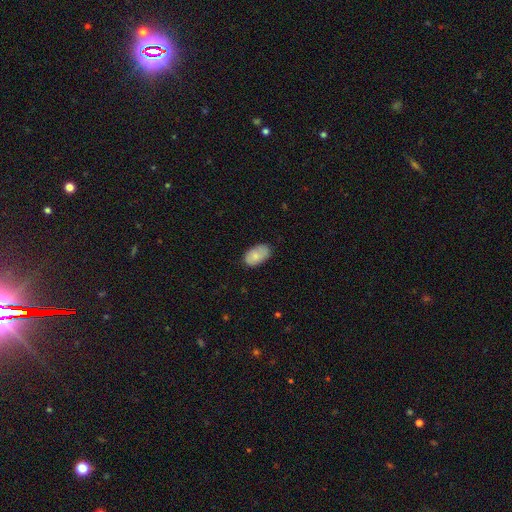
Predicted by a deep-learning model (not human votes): This is likely a smooth galaxy (79%). How rounded: clearly in between (93%). Merging: likely none (78%).